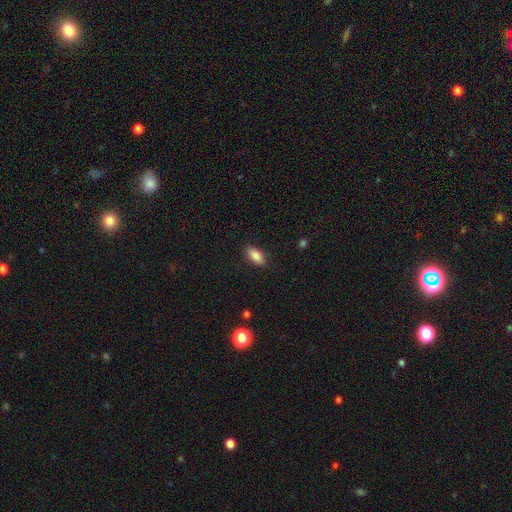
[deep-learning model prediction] Q: Smooth or featured?
A: smooth (85%); runner-up: star or artifact (8%)
Q: How rounded?
A: in between (86%); runner-up: cigar-shaped (10%)
Q: Merging?
A: none (87%); runner-up: minor disturbance (10%)